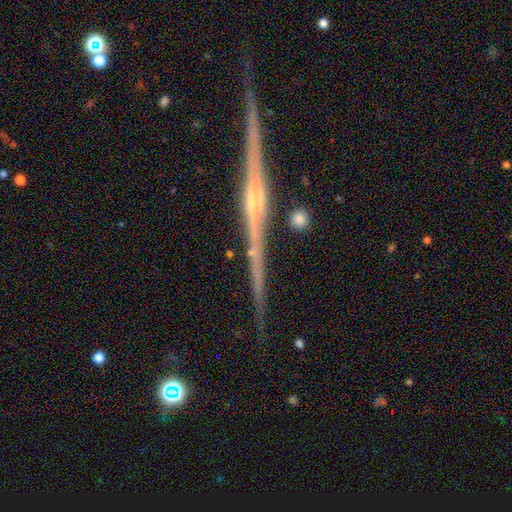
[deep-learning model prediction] Smooth or featured?
  - featured or disk: 88% *
  - star or artifact: 7%
  - smooth: 5%
Edge-on disk?
  - yes: 98% *
  - no: 2%
Edge-on bulge?
  - rounded: 61% *
  - boxy: 21%
  - none: 17%
Merging?
  - none: 89% *
  - minor disturbance: 8%
  - merger: 2%
  - major disturbance: 2%